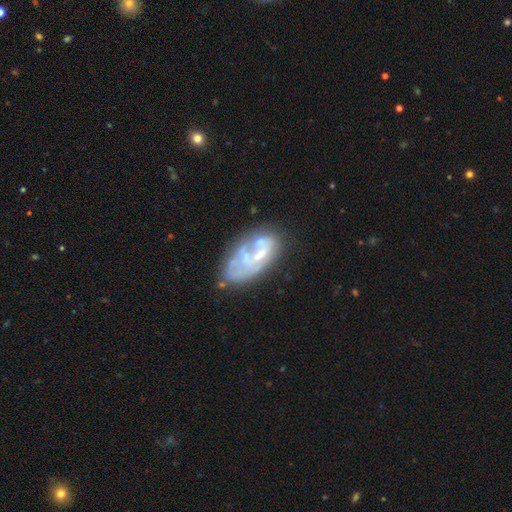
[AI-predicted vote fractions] Smooth or featured? featured or disk (60%)
Edge-on disk? no (95%)
Bar? no (80%)
Spiral arms? no (78%)
Bulge size? none (44%)
Merging? none (45%)